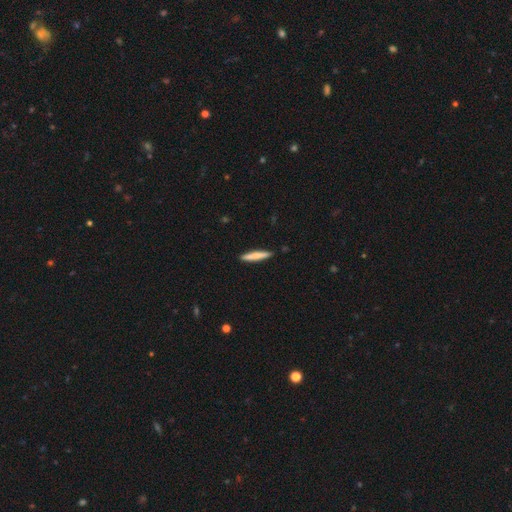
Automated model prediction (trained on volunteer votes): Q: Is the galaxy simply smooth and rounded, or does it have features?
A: smooth — 74%.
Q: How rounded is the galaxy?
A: cigar-shaped — 93%.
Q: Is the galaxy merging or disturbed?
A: none — 90%.